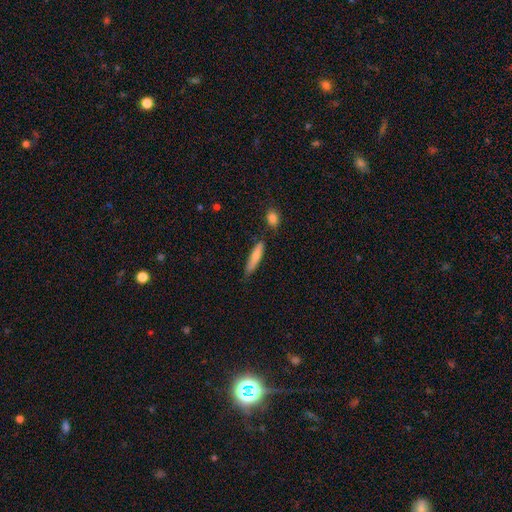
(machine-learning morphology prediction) smooth-or-featured: smooth: 78% | featured or disk: 16% | star or artifact: 6%
  how-rounded: cigar-shaped: 83% | in between: 15% | round: 2%
  merging: none: 73% | minor disturbance: 18% | merger: 6% | major disturbance: 4%